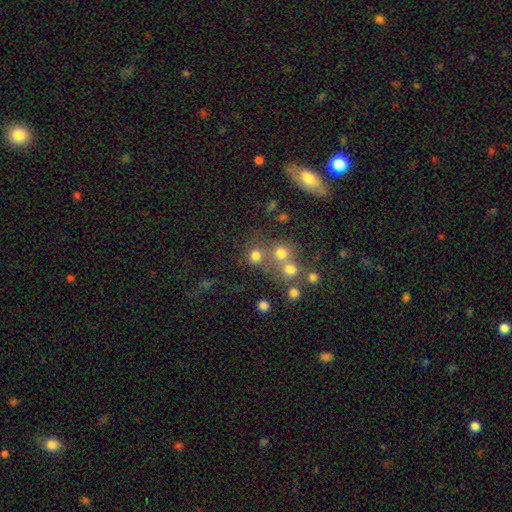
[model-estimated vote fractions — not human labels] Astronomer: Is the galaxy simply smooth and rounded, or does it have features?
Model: smooth — 74%.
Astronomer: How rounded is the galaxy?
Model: round — 85%.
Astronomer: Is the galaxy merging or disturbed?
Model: none — 61%.